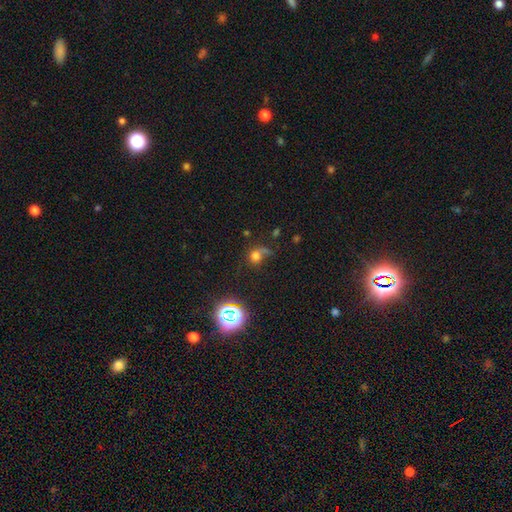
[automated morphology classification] smooth-or-featured: smooth: 62% | star or artifact: 24% | featured or disk: 14%
  how-rounded: round: 78% | in between: 20% | cigar-shaped: 1%
  merging: none: 43% | major disturbance: 24% | minor disturbance: 20% | merger: 13%